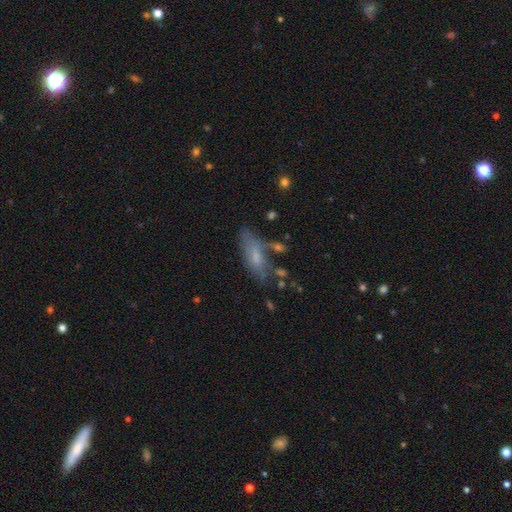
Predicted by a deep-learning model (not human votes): Q: Smooth or featured?
A: smooth (58%); runner-up: featured or disk (32%)
Q: How rounded?
A: in between (60%); runner-up: cigar-shaped (37%)
Q: Merging?
A: none (52%); runner-up: minor disturbance (24%)